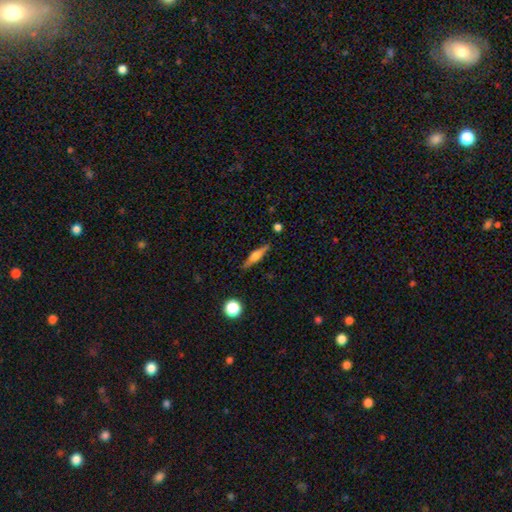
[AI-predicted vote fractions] smooth-or-featured: featured or disk: 50% | smooth: 42% | star or artifact: 8%
  disk-edge-on: yes: 94% | no: 6%
  merging: none: 84% | minor disturbance: 11% | major disturbance: 3% | merger: 2%